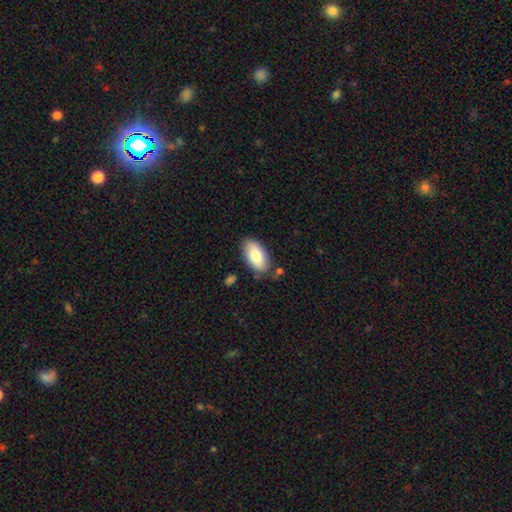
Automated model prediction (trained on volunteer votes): A smooth galaxy with no disk features (81%) that is in between round and cigar-shaped (94%).

Vote fractions:
- Smooth or featured? smooth: 81% / featured or disk: 12% / star or artifact: 6%
- How rounded? in between: 94% / cigar-shaped: 3% / round: 3%
- Merging? none: 78% / minor disturbance: 15% / major disturbance: 3% / merger: 3%